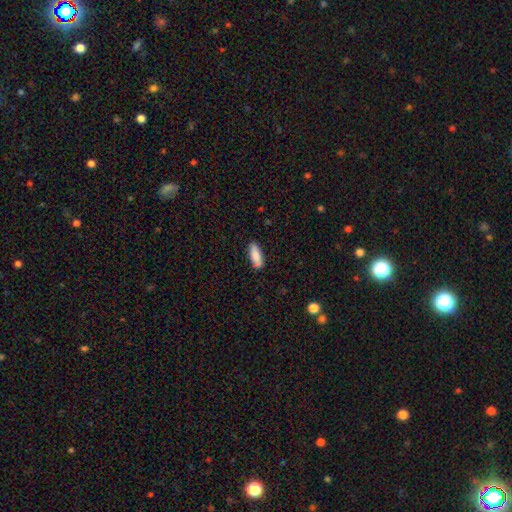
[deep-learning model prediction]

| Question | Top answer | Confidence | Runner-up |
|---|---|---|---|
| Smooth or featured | smooth | 86% | featured or disk (8%) |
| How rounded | in between | 70% | cigar-shaped (28%) |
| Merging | none | 83% | minor disturbance (13%) |